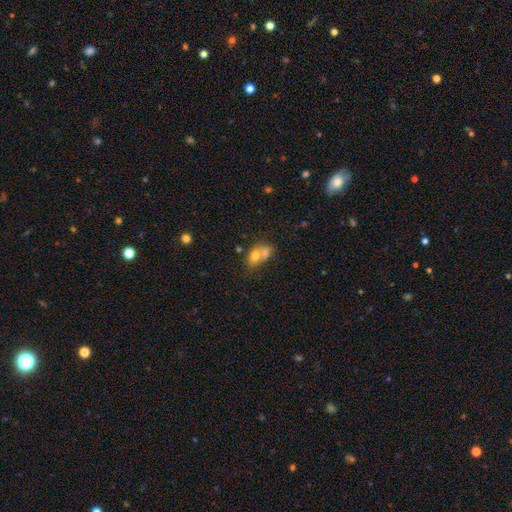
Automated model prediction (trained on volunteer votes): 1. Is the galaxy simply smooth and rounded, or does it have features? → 68% smooth, 22% featured or disk, 10% star or artifact.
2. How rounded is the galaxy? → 67% in between, 32% round, 2% cigar-shaped.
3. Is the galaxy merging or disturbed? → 64% merger, 22% none, 9% minor disturbance, 5% major disturbance.